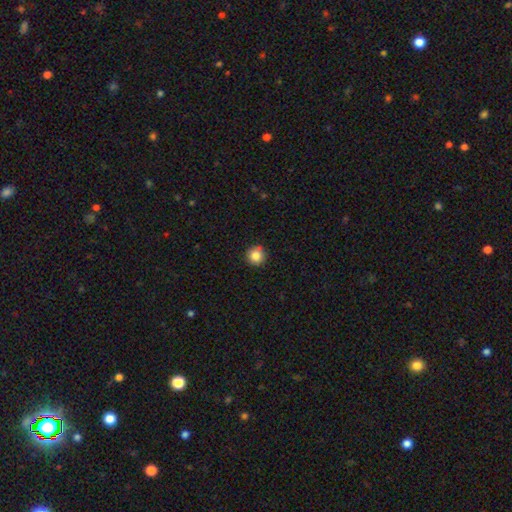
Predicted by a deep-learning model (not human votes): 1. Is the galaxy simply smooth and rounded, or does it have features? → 85% smooth, 10% star or artifact, 5% featured or disk.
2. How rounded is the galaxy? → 95% round, 4% in between, 1% cigar-shaped.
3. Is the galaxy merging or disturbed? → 88% none, 9% minor disturbance, 2% major disturbance, 1% merger.